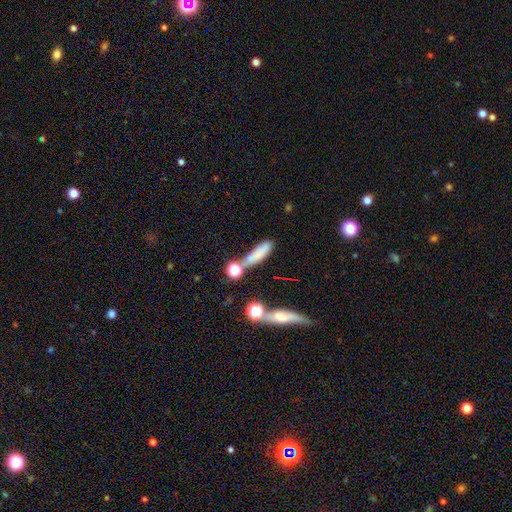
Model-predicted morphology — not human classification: This is likely a smooth galaxy (71%). How rounded: likely cigar-shaped (64%). Merging: possibly none (50%).